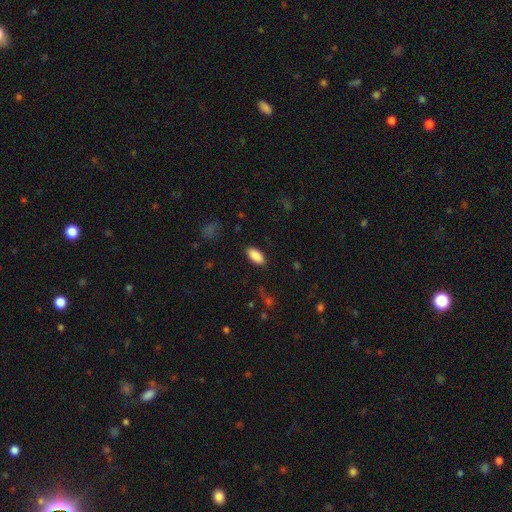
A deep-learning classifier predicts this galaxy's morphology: type=smooth (89%); roundness=in between (92%); merging=none (88%).